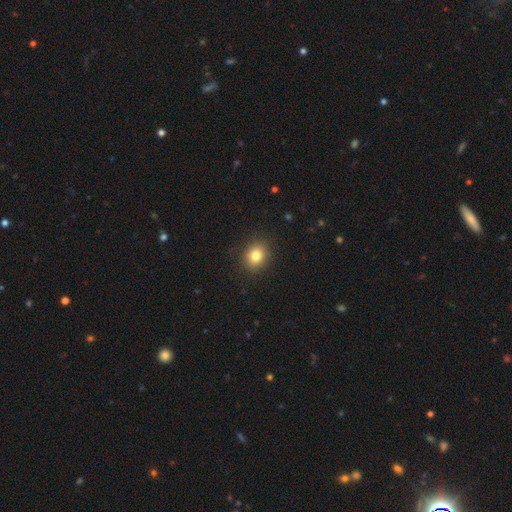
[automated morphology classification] The model was most divided on "how rounded": round: 66%, in between: 33%, cigar-shaped: 1%. More confident: merging — none (89%); smooth or featured — smooth (82%).